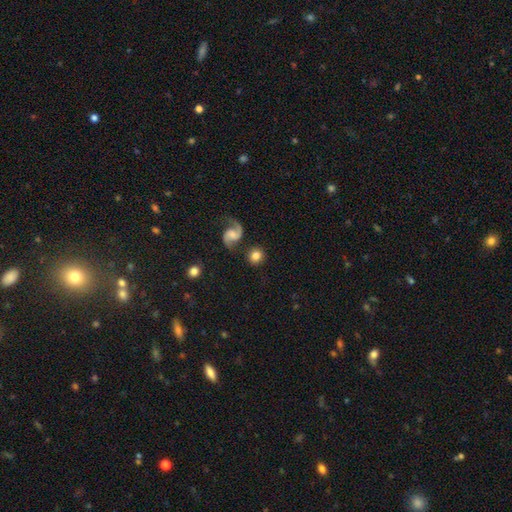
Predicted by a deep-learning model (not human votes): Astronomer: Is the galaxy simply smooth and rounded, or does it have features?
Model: smooth — 64%.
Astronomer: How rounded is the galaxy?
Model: round — 89%.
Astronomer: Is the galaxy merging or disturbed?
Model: none — 81%.